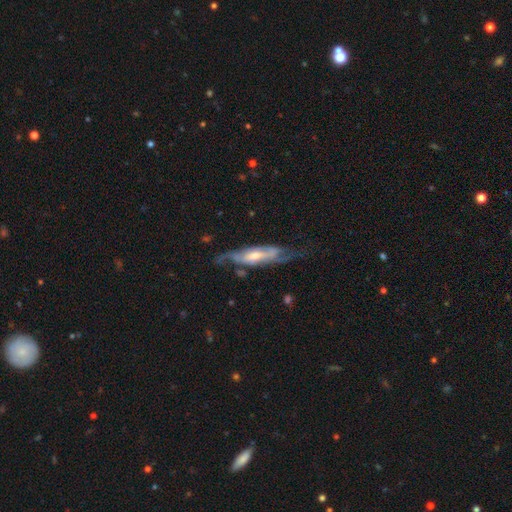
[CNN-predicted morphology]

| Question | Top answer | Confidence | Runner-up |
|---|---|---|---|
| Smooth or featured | featured or disk | 82% | smooth (13%) |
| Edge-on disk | no | 74% | yes (26%) |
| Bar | weak | 39% | no (36%) |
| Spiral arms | yes | 92% | no (8%) |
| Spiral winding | medium | 45% | tight (31%) |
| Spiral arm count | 2 | 65% | can't tell (20%) |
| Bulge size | moderate | 50% | small (40%) |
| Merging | none | 61% | minor disturbance (21%) |